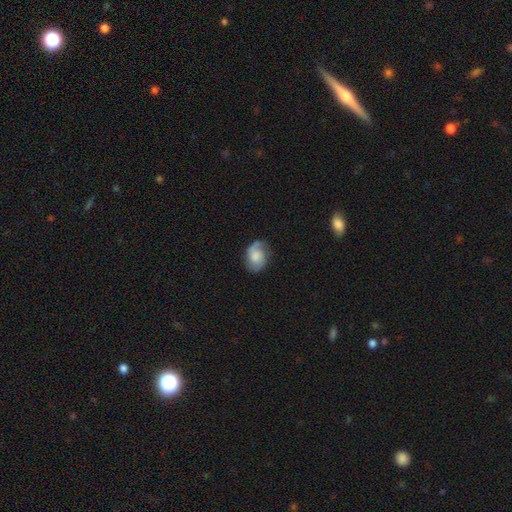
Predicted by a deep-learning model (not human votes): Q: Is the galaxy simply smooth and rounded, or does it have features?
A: smooth — 48%.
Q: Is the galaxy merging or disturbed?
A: none — 64%.